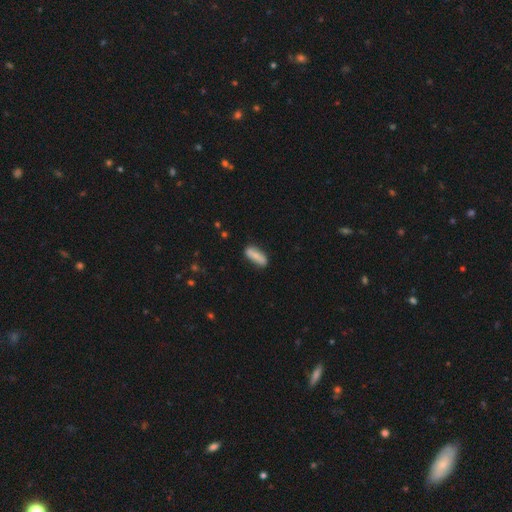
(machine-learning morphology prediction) Smooth or featured?
  - smooth: 75% *
  - featured or disk: 18%
  - star or artifact: 7%
How rounded?
  - in between: 60% *
  - cigar-shaped: 37%
  - round: 2%
Merging?
  - none: 78% *
  - minor disturbance: 16%
  - major disturbance: 3%
  - merger: 3%